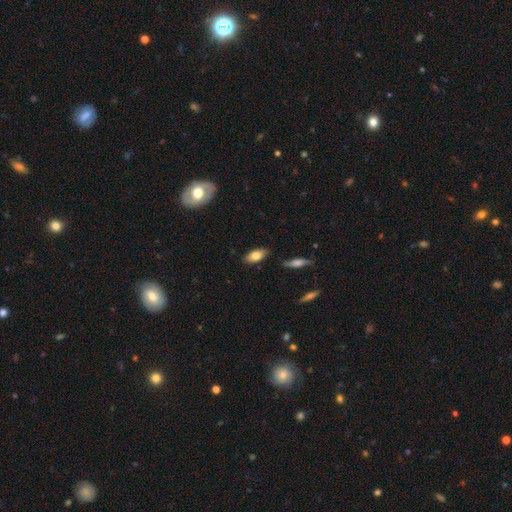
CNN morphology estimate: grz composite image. It shows a smooth galaxy with no disk features (78%) that is in between round and cigar-shaped (88%). Merging: none (83%).